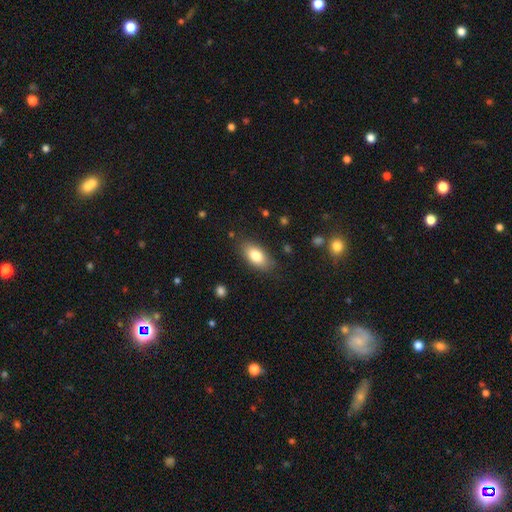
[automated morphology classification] This appears to be a smooth galaxy with no disk features (80%) that is in between round and cigar-shaped (89%). Merging: none (82%).